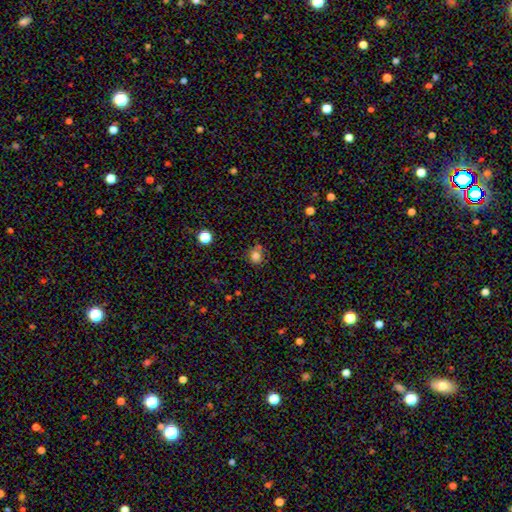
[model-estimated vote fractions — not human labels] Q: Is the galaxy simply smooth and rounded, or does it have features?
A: smooth — 80%.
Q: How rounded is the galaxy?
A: round — 78%.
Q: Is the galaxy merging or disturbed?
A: none — 68%.